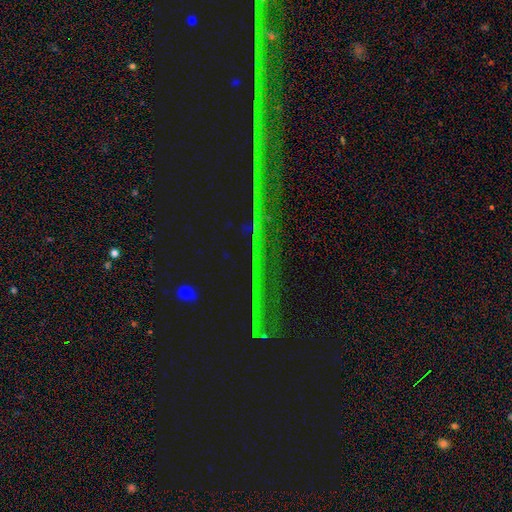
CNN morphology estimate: A star or artifact, not a galaxy (87%).

Vote fractions:
- Smooth or featured? star or artifact: 87% / featured or disk: 7% / smooth: 6%